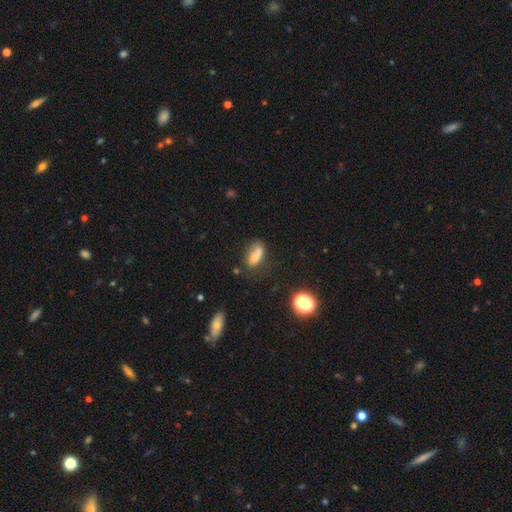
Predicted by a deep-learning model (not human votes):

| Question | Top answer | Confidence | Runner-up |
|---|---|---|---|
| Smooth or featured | smooth | 71% | featured or disk (16%) |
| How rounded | in between | 78% | cigar-shaped (14%) |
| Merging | none | 41% | merger (26%) |